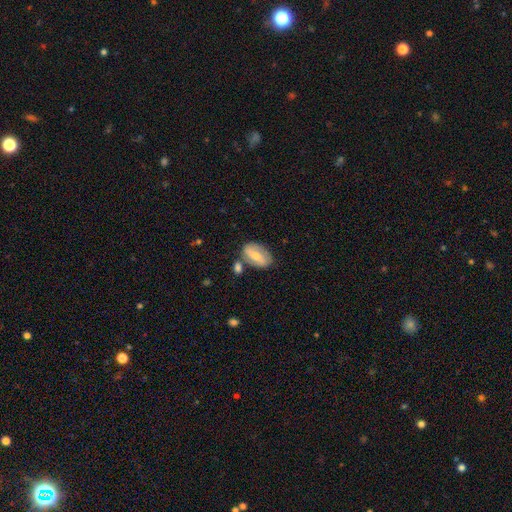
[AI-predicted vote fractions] Overall: smooth (54%; featured or disk 39%). How rounded: in between (90%). Merging: none (62%).